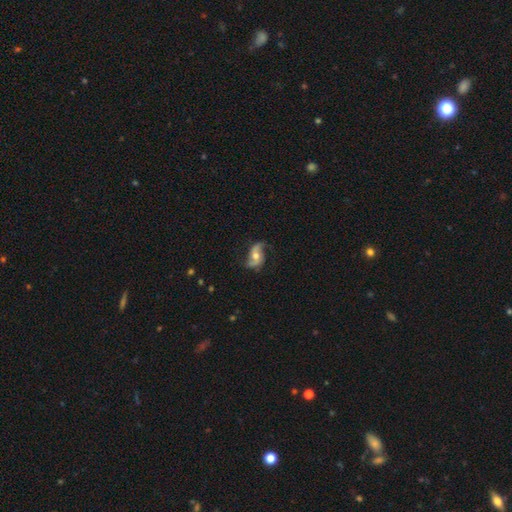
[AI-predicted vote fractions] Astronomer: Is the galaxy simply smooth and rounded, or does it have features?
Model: featured or disk — 78%.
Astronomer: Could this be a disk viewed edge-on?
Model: no — 95%.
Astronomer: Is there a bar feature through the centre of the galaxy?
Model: no — 62%.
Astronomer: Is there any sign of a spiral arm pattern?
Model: yes — 93%.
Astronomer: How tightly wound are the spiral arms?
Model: loose — 73%.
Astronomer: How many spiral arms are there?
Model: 2 — 91%.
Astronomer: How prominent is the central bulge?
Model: moderate — 68%.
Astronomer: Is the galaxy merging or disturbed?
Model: none — 71%.